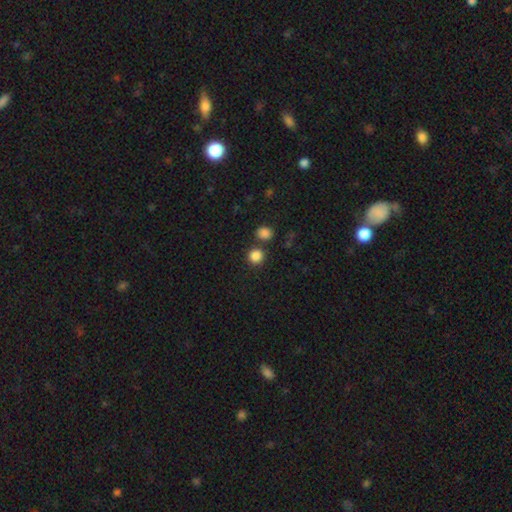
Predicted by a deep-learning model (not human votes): smooth_or_featured: smooth (p=0.86) [alt: star or artifact p=0.11]
how_rounded: round (p=0.89) [alt: in between p=0.10]
merging: none (p=0.74) [alt: merger p=0.15]